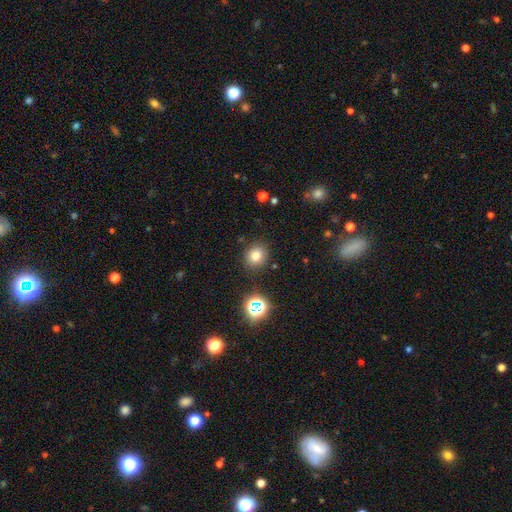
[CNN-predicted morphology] A smooth galaxy with no disk features (74%) that is round (78%). Merging: none (86%).